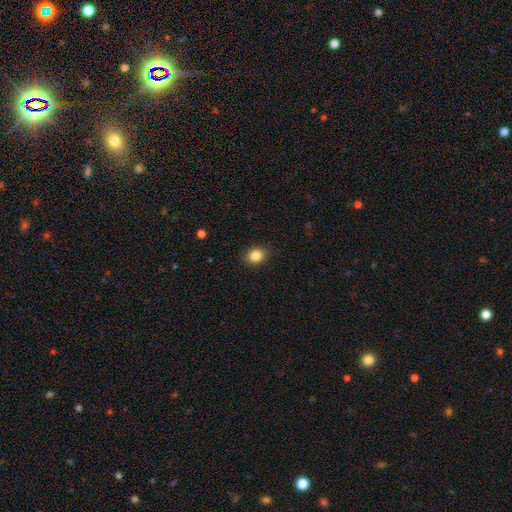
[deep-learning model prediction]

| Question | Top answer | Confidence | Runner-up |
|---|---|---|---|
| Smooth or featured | smooth | 86% | star or artifact (10%) |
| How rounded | round | 54% | in between (45%) |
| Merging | none | 88% | minor disturbance (9%) |